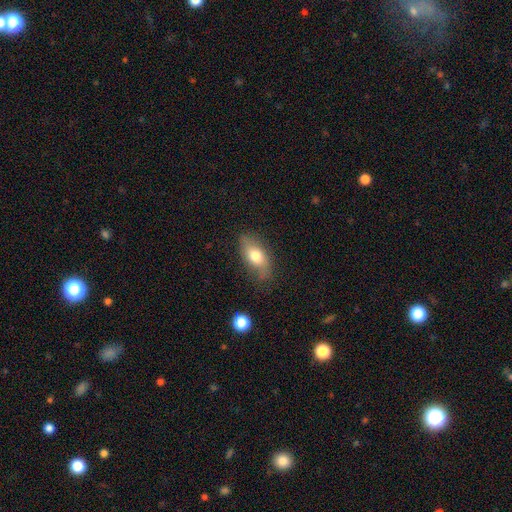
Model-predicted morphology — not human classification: type=smooth (70%); roundness=in between (86%); merging=none (71%).